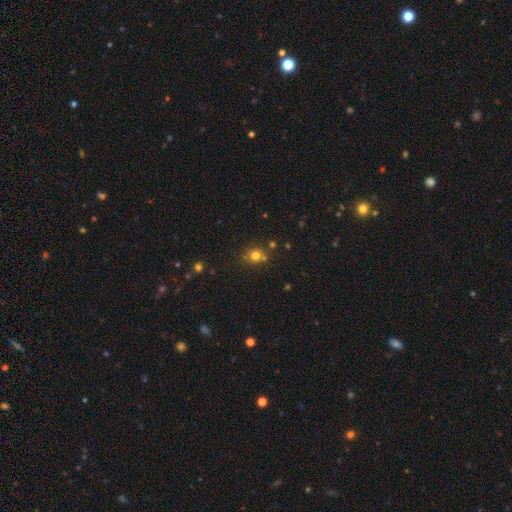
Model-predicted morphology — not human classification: A smooth galaxy with no disk features (72%) that is round (84%).

Vote fractions:
- Smooth or featured? smooth: 72% / star or artifact: 19% / featured or disk: 9%
- How rounded? round: 84% / in between: 15% / cigar-shaped: 1%
- Merging? none: 69% / merger: 17% / minor disturbance: 11% / major disturbance: 4%